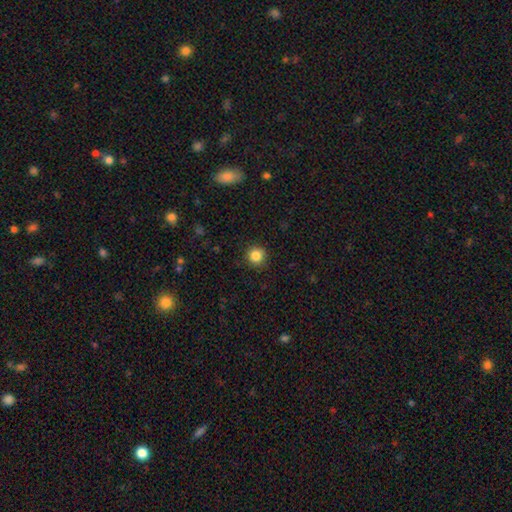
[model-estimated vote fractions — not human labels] This is clearly a smooth galaxy (84%). How rounded: clearly round (94%). Merging: clearly none (91%).